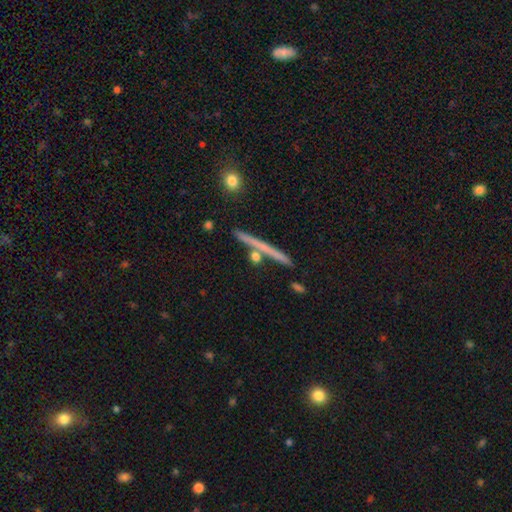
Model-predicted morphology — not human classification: Overall: smooth (56%; featured or disk 32%). How rounded: cigar-shaped (60%; round 30%). Merging: none (74%).